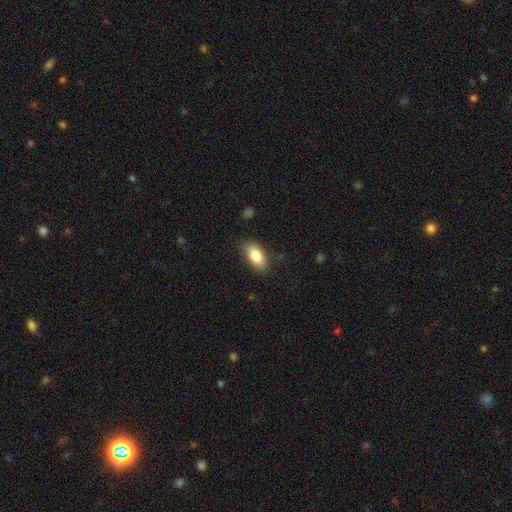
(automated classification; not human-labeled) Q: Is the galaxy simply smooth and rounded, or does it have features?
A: smooth — 84%.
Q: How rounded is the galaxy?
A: in between — 91%.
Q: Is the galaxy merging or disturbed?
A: none — 83%.